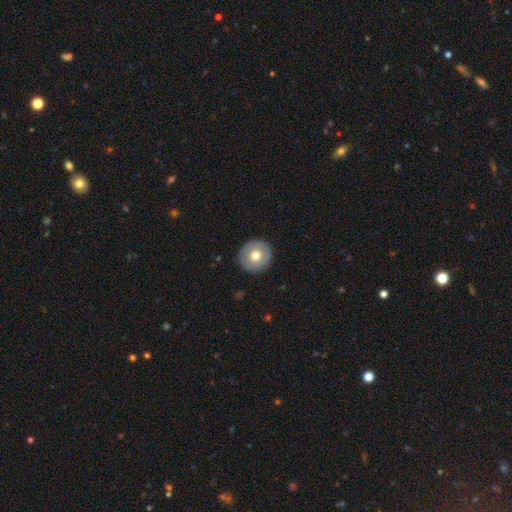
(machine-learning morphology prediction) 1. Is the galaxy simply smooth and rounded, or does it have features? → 70% smooth, 23% featured or disk, 8% star or artifact.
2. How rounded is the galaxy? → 95% round, 4% in between, 1% cigar-shaped.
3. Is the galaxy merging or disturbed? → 92% none, 5% minor disturbance, 2% major disturbance, 1% merger.